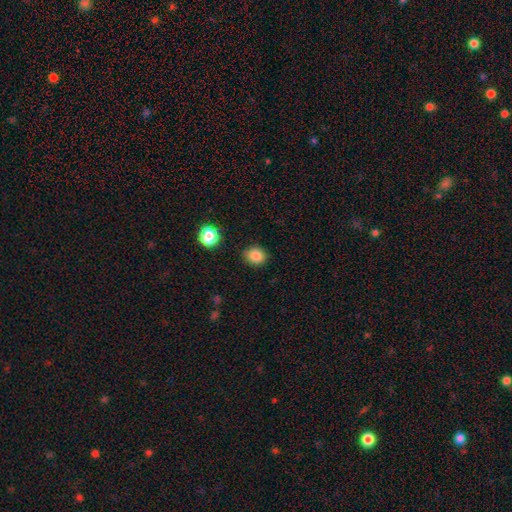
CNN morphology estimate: Smooth or featured? Predicted: smooth (p=0.85). How rounded? Predicted: round (p=0.70). Merging? Predicted: none (p=0.84).